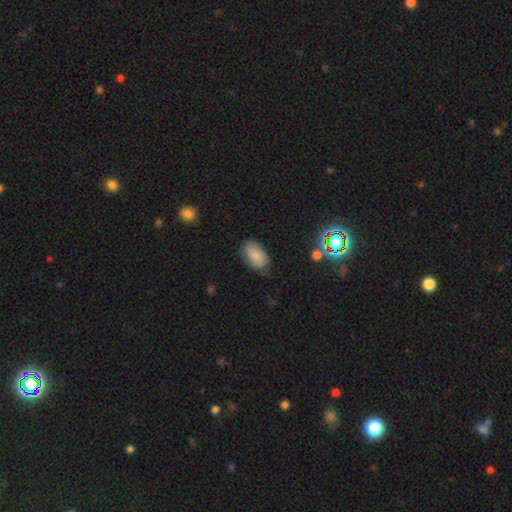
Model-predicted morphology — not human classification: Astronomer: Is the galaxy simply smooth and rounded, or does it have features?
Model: smooth — 81%.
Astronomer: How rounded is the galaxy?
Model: in between — 93%.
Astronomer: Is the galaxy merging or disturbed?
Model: none — 74%.